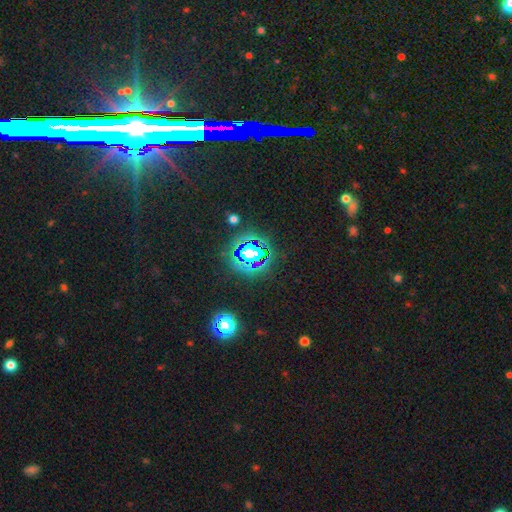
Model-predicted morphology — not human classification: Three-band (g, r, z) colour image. It shows a star or artifact, not a galaxy (82%).